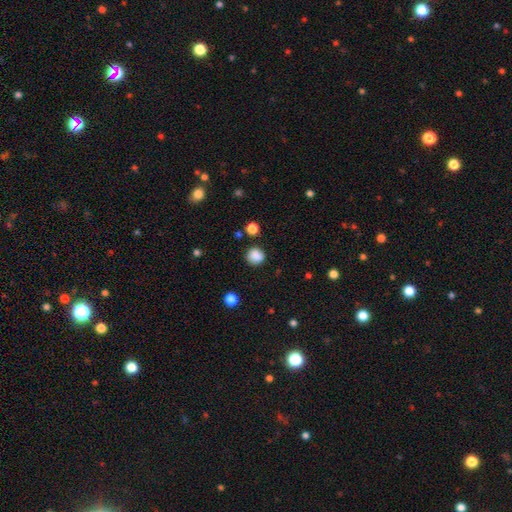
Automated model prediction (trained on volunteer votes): Smooth or featured? smooth (85%)
How rounded? round (88%)
Merging? none (82%)